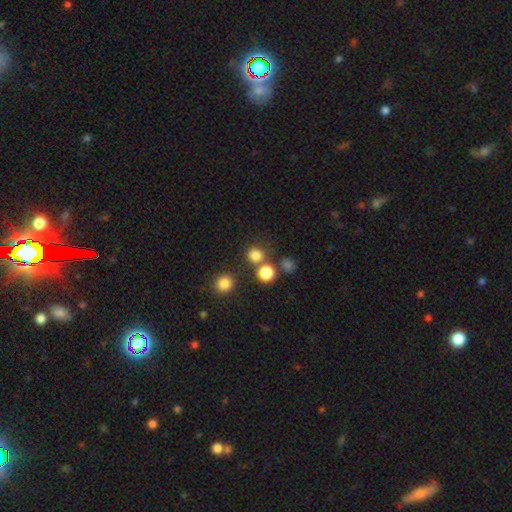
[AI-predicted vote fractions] smooth_or_featured: smooth (p=0.79) [alt: star or artifact p=0.16]
how_rounded: round (p=0.88) [alt: in between p=0.11]
merging: none (p=0.73) [alt: merger p=0.16]